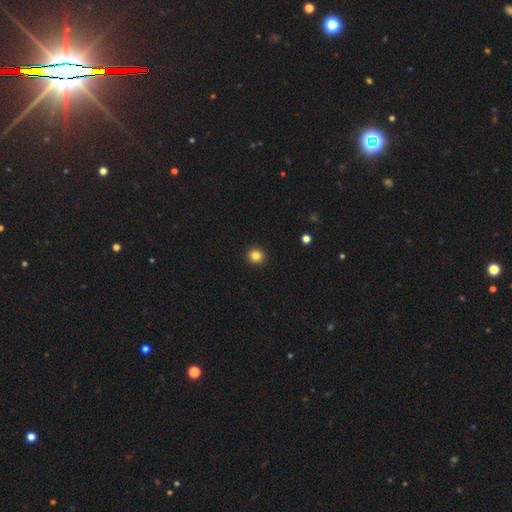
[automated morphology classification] type=smooth (83%); roundness=round (91%); merging=none (93%).